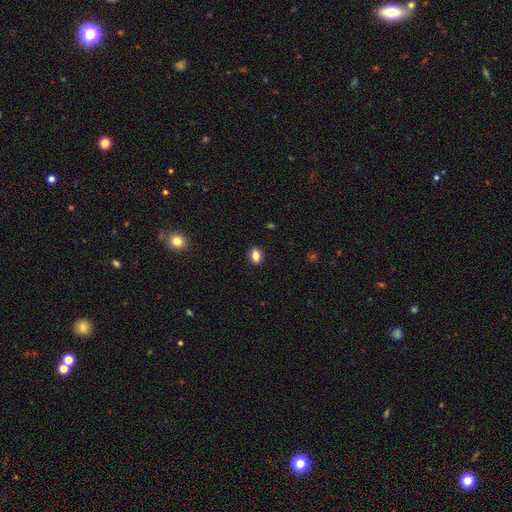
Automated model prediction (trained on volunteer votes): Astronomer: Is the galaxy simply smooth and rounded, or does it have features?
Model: smooth — 81%.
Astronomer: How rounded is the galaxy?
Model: in between — 74%.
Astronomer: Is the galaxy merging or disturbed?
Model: none — 89%.